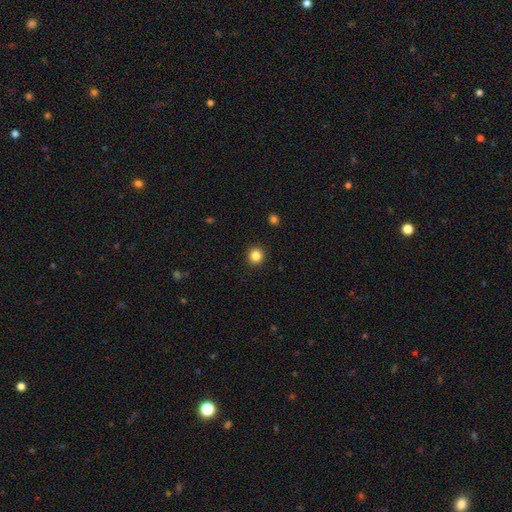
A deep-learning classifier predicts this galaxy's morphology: A smooth galaxy with no disk features (84%) that is round (94%). Merging: none (93%).